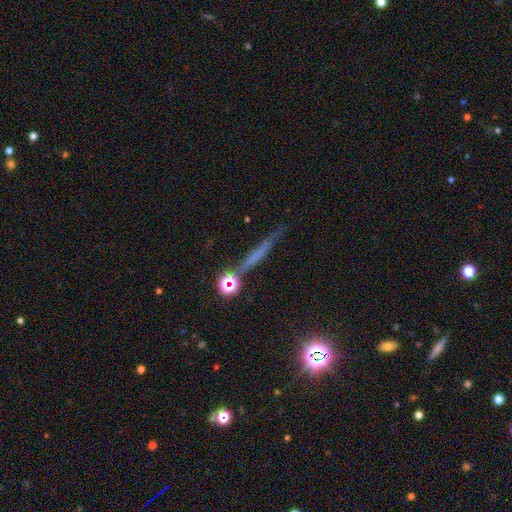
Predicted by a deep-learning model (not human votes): smooth_or_featured: featured or disk (p=0.39) [alt: smooth p=0.37]
merging: none (p=0.74) [alt: minor disturbance p=0.15]